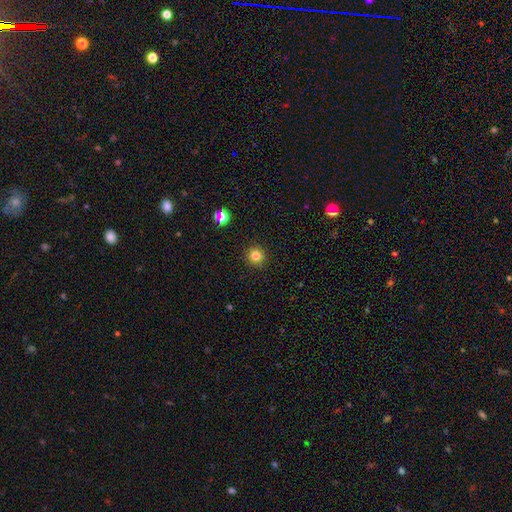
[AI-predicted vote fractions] Smooth or featured? smooth (81%)
How rounded? round (94%)
Merging? none (92%)